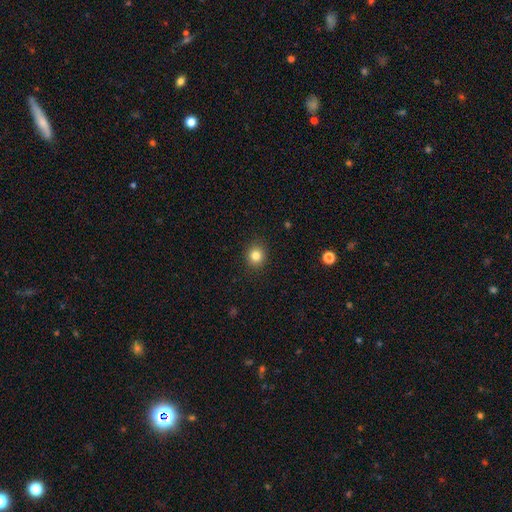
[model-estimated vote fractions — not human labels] Smooth or featured?
  - smooth: 82% *
  - star or artifact: 12%
  - featured or disk: 6%
How rounded?
  - round: 86% *
  - in between: 13%
  - cigar-shaped: 1%
Merging?
  - none: 91% *
  - minor disturbance: 6%
  - major disturbance: 2%
  - merger: 1%